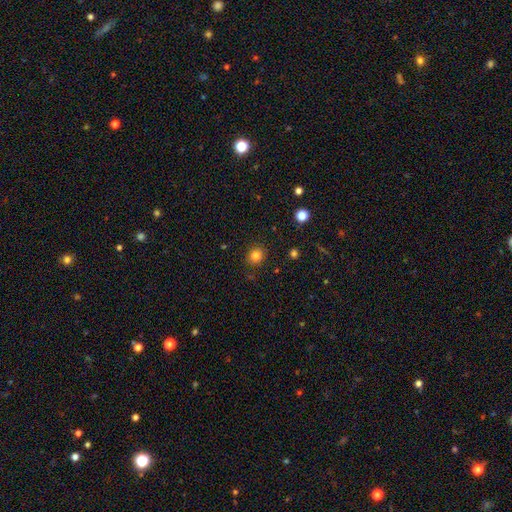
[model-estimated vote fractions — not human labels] A smooth galaxy with no disk features (81%) that is round (78%).

Vote fractions:
- Smooth or featured? smooth: 81% / star or artifact: 13% / featured or disk: 6%
- How rounded? round: 78% / in between: 22% / cigar-shaped: 1%
- Merging? none: 88% / minor disturbance: 8% / major disturbance: 2% / merger: 2%